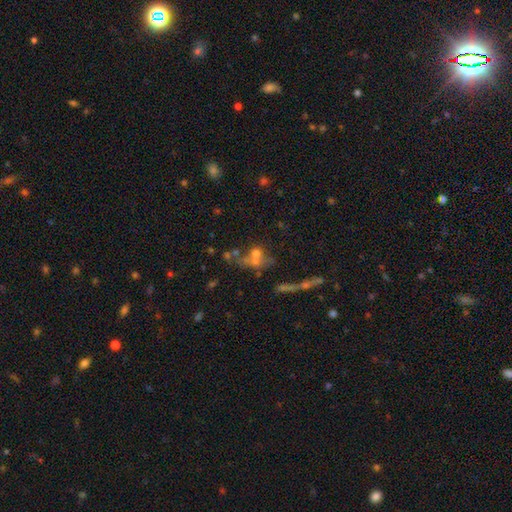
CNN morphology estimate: The model was most divided on "smooth or featured": smooth: 46%, featured or disk: 31%, star or artifact: 23%. Remaining: merging — merger (47%).